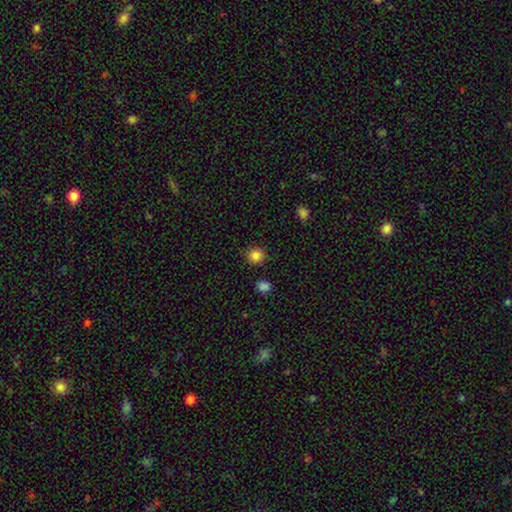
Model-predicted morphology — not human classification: Smooth or featured? smooth (84%)
How rounded? round (90%)
Merging? none (89%)